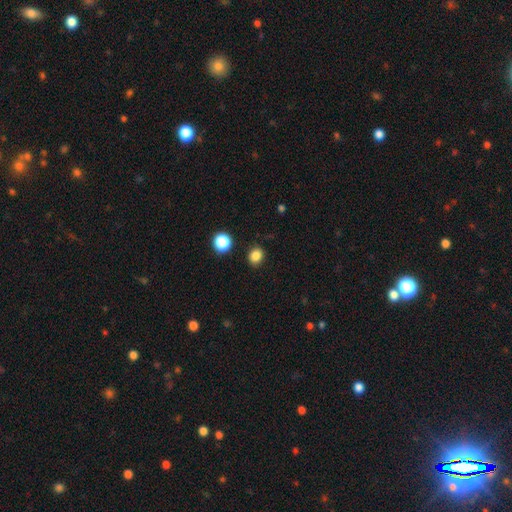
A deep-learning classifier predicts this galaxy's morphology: This appears to be a smooth galaxy with no disk features (85%) that is round (68%). Merging: none (87%).